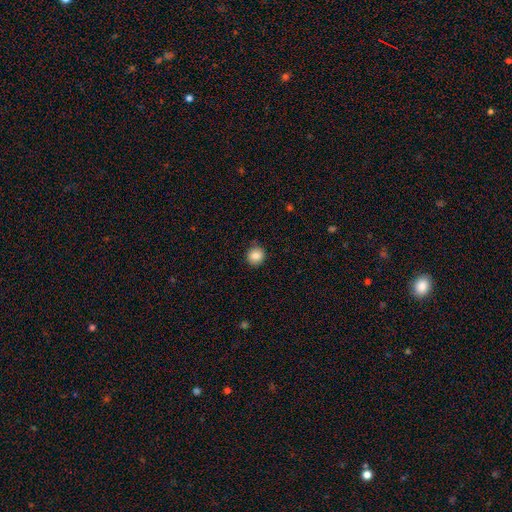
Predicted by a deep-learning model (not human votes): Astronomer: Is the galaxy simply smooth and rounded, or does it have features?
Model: smooth — 86%.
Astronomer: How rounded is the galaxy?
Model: round — 91%.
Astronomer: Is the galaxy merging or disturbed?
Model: none — 86%.